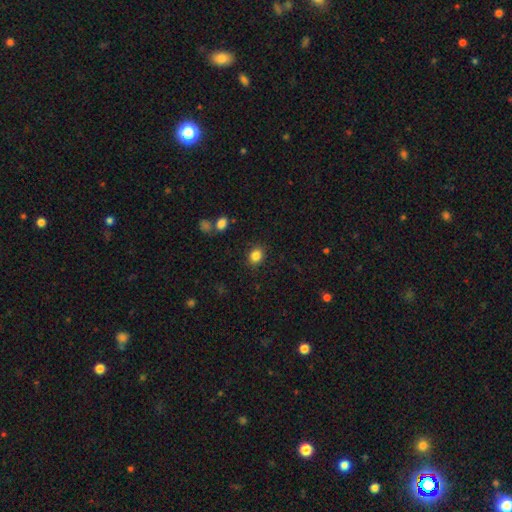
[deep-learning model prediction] Smooth or featured? smooth (84%)
How rounded? round (57%)
Merging? none (87%)